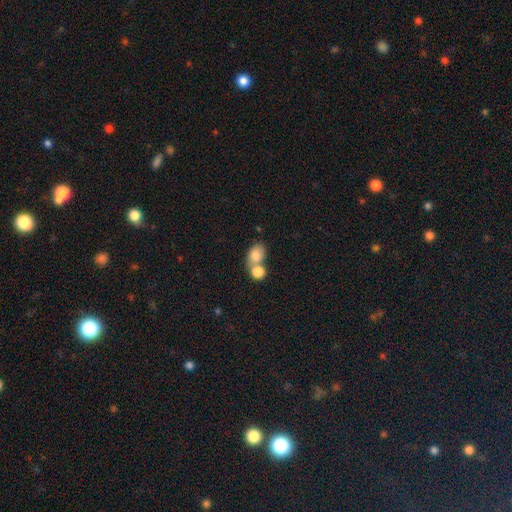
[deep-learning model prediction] smooth_or_featured: smooth (p=0.81) [alt: featured or disk p=0.10]
how_rounded: in between (p=0.64) [alt: round p=0.35]
merging: merger (p=0.56) [alt: none p=0.31]